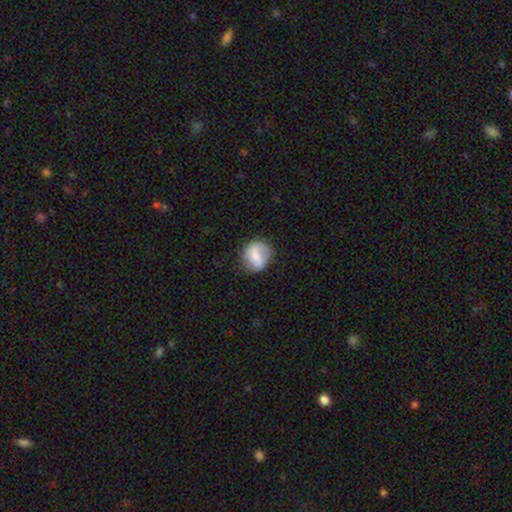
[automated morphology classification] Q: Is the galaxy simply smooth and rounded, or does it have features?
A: smooth — 56%.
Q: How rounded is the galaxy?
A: round — 80%.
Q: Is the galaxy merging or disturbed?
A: none — 71%.